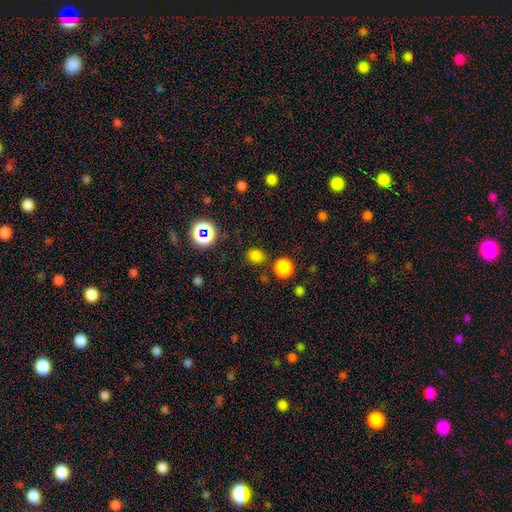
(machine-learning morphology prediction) type=smooth (73%); roundness=round (78%); merging=none (79%).